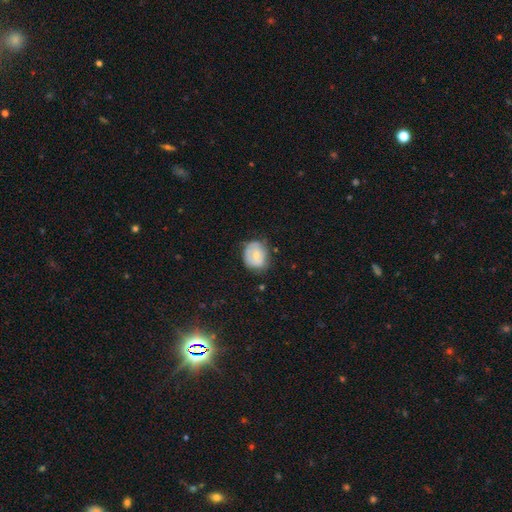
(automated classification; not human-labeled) Q: Smooth or featured?
A: smooth (57%); runner-up: featured or disk (36%)
Q: How rounded?
A: round (61%); runner-up: in between (39%)
Q: Merging?
A: none (61%); runner-up: minor disturbance (30%)